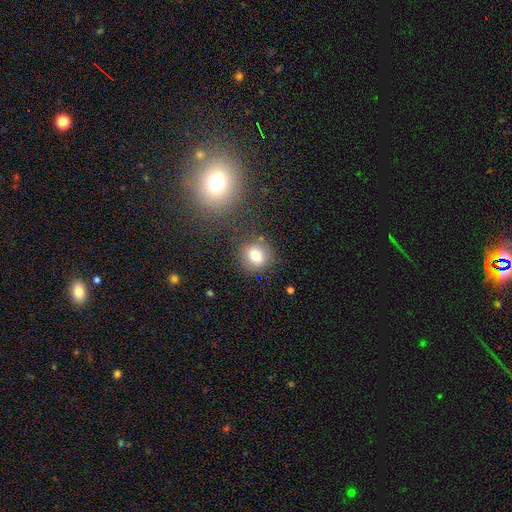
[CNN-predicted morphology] Smooth or featured?
  - smooth: 77% *
  - star or artifact: 12%
  - featured or disk: 11%
How rounded?
  - round: 78% *
  - in between: 21%
  - cigar-shaped: 1%
Merging?
  - none: 80% *
  - minor disturbance: 11%
  - merger: 5%
  - major disturbance: 4%